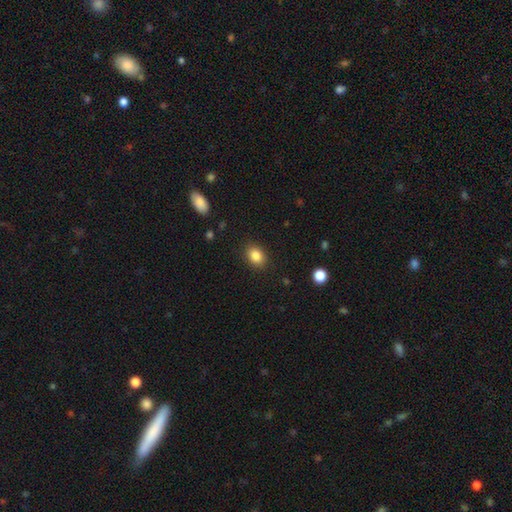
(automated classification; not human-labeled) Smooth or featured? smooth (86%)
How rounded? in between (65%)
Merging? none (88%)